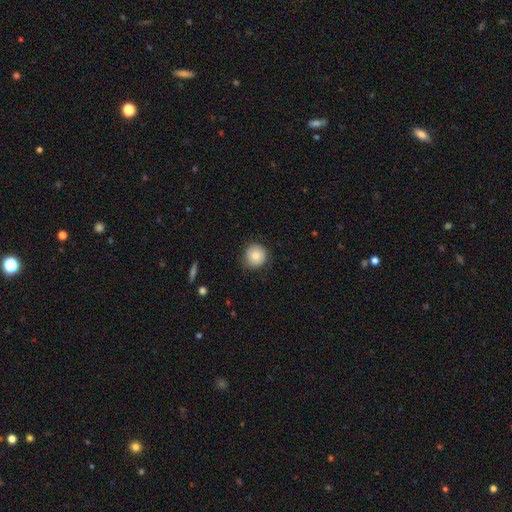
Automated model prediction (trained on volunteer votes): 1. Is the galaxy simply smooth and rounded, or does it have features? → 80% smooth, 12% featured or disk, 8% star or artifact.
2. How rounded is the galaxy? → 93% round, 6% in between, 1% cigar-shaped.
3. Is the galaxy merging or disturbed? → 80% none, 16% minor disturbance, 3% major disturbance, 1% merger.